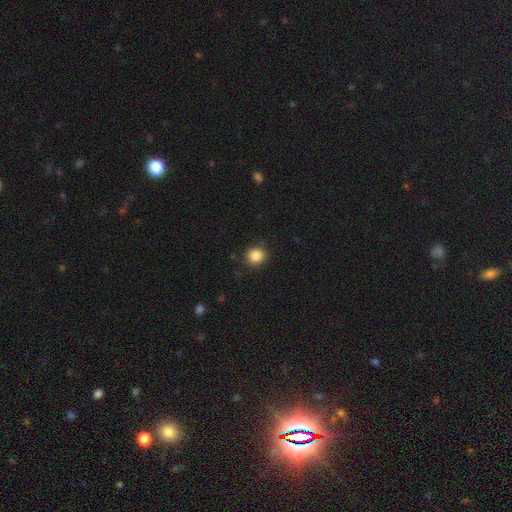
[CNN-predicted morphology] Smooth or featured? Predicted: smooth (p=0.86). How rounded? Predicted: round (p=0.89). Merging? Predicted: none (p=0.88).